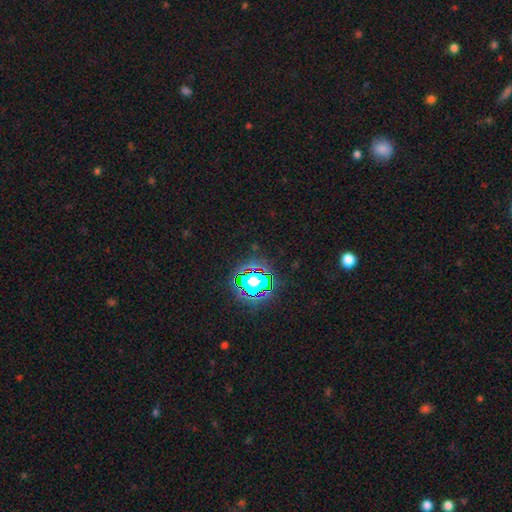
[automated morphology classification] Smooth or featured?
  - star or artifact: 80% *
  - smooth: 12%
  - featured or disk: 8%